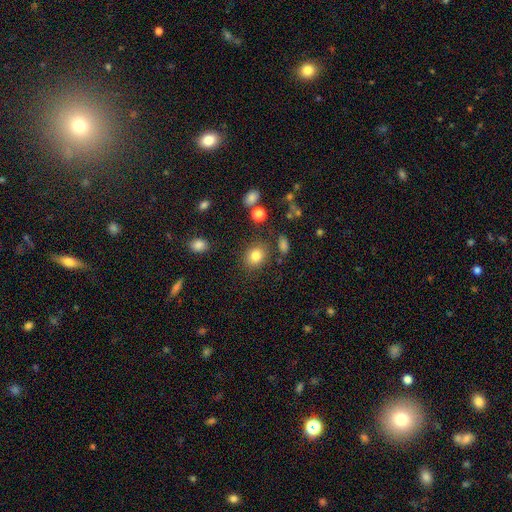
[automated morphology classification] smooth-or-featured: smooth: 81% | star or artifact: 11% | featured or disk: 8%
  how-rounded: round: 55% | in between: 44% | cigar-shaped: 1%
  merging: none: 80% | minor disturbance: 11% | merger: 5% | major disturbance: 4%